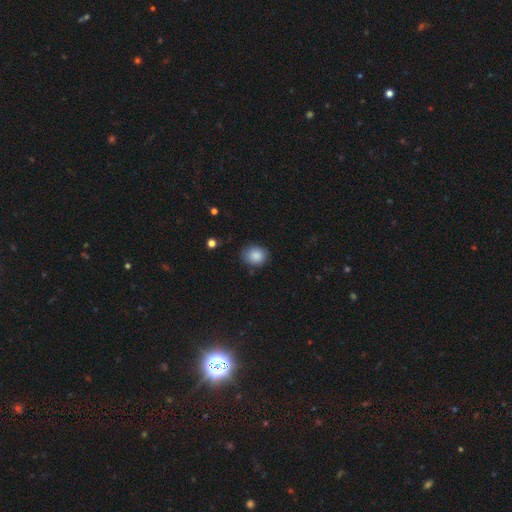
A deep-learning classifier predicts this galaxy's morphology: smooth 87%, star or artifact 9%, featured or disk 4%. Down the decision tree: how rounded — round (60%); merging — none (78%).